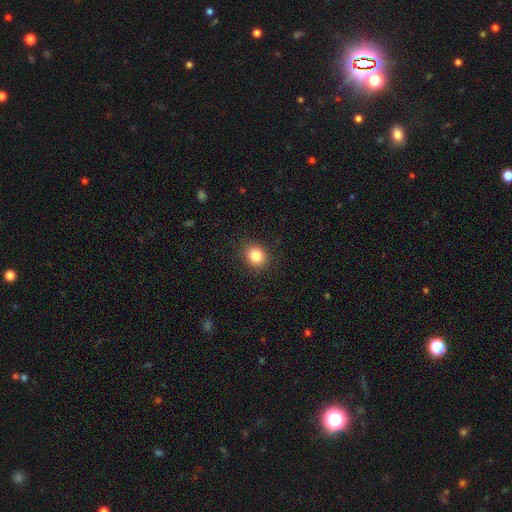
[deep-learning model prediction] Smooth or featured: smooth — 84% (star or artifact — 10%)
How rounded: round — 69% (in between — 30%)
Merging: none — 88% (minor disturbance — 8%)